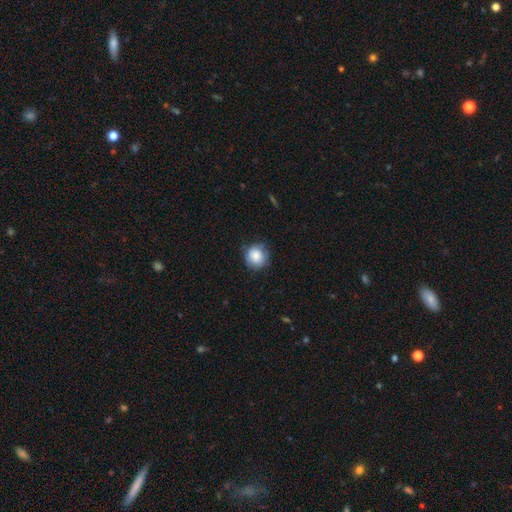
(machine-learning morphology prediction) Smooth or featured?
  - smooth: 80% *
  - featured or disk: 12%
  - star or artifact: 8%
How rounded?
  - round: 90% *
  - in between: 9%
  - cigar-shaped: 1%
Merging?
  - none: 74% *
  - minor disturbance: 20%
  - major disturbance: 5%
  - merger: 1%